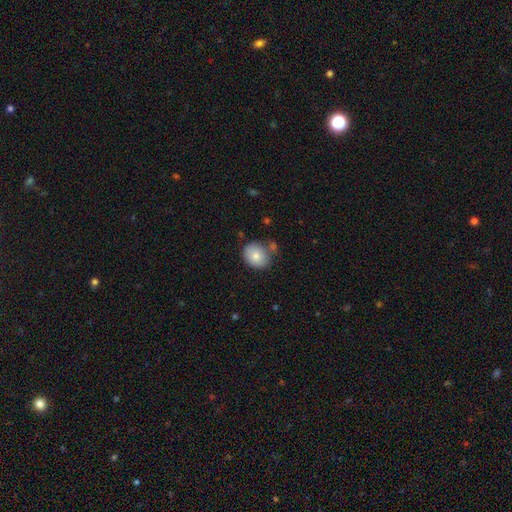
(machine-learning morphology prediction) A smooth galaxy with no disk features (79%) that is round (62%).

Vote fractions:
- Smooth or featured? smooth: 79% / featured or disk: 12% / star or artifact: 8%
- How rounded? round: 62% / in between: 37% / cigar-shaped: 1%
- Merging? none: 69% / minor disturbance: 17% / merger: 10% / major disturbance: 4%